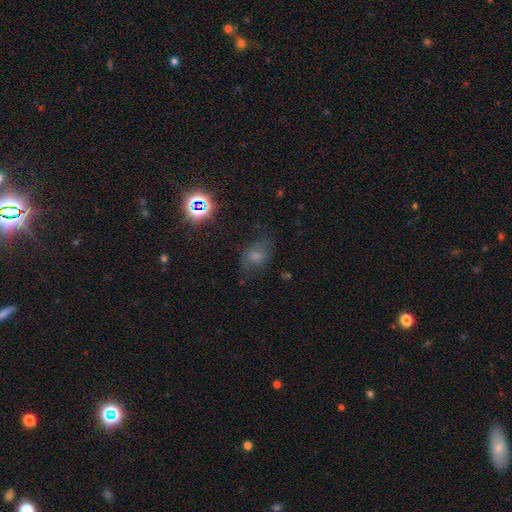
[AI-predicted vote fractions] A smooth galaxy with no disk features (51%) that is in between round and cigar-shaped (67%). Merging: none (60%).